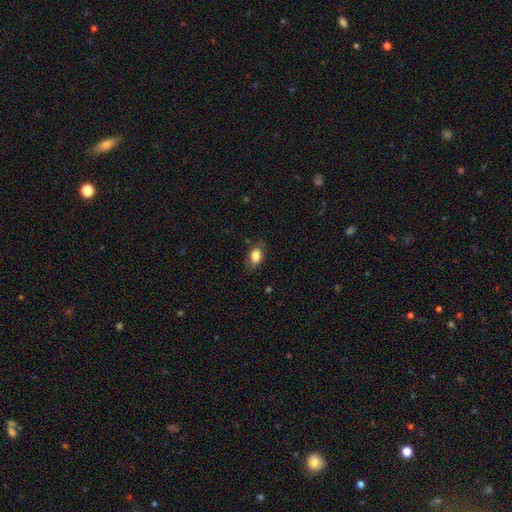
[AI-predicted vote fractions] A smooth galaxy with no disk features (83%) that is in between round and cigar-shaped (84%). Merging: none (79%).